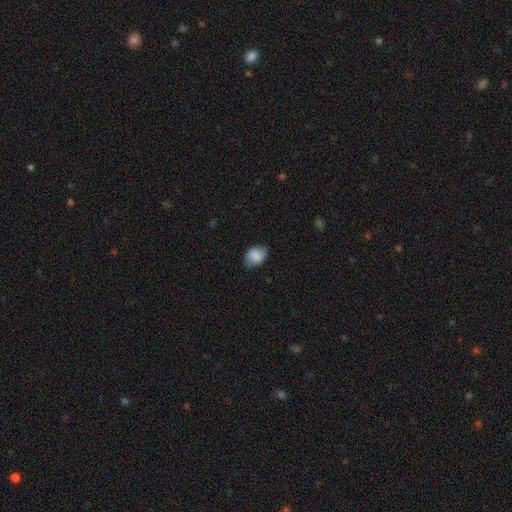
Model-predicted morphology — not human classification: Overall: smooth (82%). How rounded: in between (70%). Merging: none (73%).